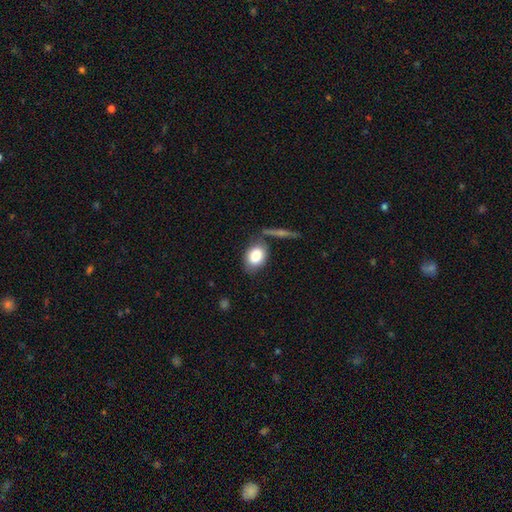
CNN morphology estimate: The model was most divided on "how rounded": in between: 73%, round: 26%, cigar-shaped: 2%. More confident: smooth or featured — smooth (81%); merging — none (69%).